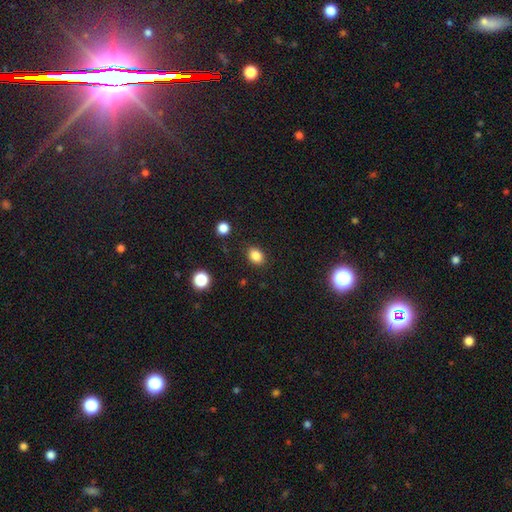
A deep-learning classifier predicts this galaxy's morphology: Smooth or featured?
  - smooth: 85% *
  - star or artifact: 10%
  - featured or disk: 5%
How rounded?
  - in between: 66% *
  - round: 33%
  - cigar-shaped: 1%
Merging?
  - none: 86% *
  - minor disturbance: 9%
  - major disturbance: 3%
  - merger: 2%